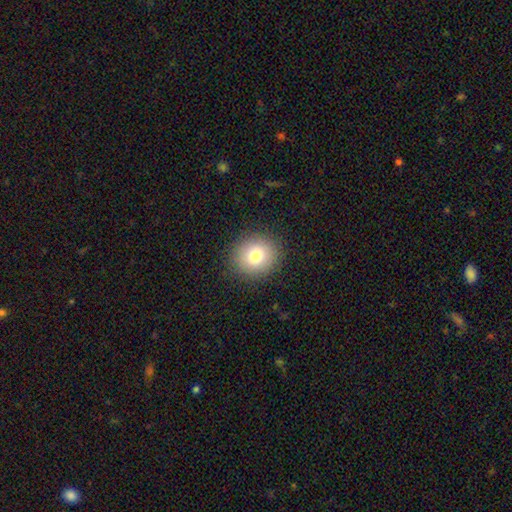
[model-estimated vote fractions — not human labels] Smooth or featured? smooth (79%)
How rounded? round (86%)
Merging? none (89%)